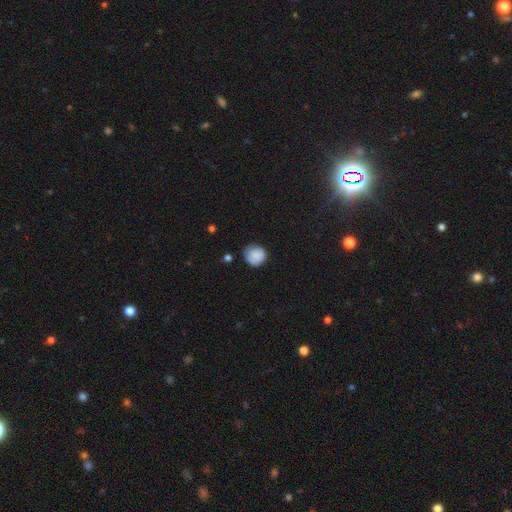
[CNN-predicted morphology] A smooth galaxy with no disk features (86%) that is round (90%).

Vote fractions:
- Smooth or featured? smooth: 86% / star or artifact: 8% / featured or disk: 6%
- How rounded? round: 90% / in between: 9% / cigar-shaped: 1%
- Merging? none: 78% / minor disturbance: 17% / major disturbance: 3% / merger: 2%